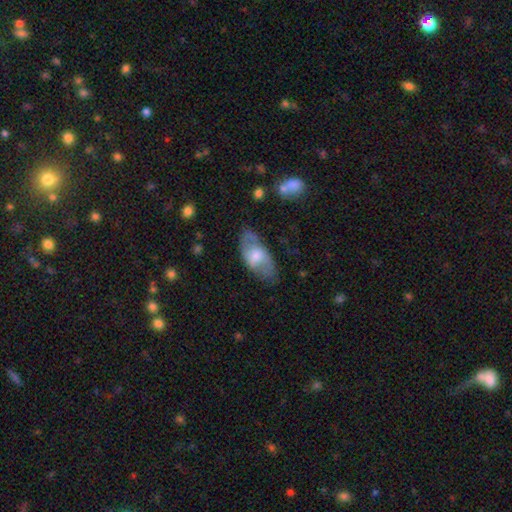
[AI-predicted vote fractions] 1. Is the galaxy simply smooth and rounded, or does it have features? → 47% featured or disk (tied), 47% smooth (tied), 6% star or artifact.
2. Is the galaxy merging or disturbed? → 69% none, 21% minor disturbance, 8% major disturbance, 2% merger.